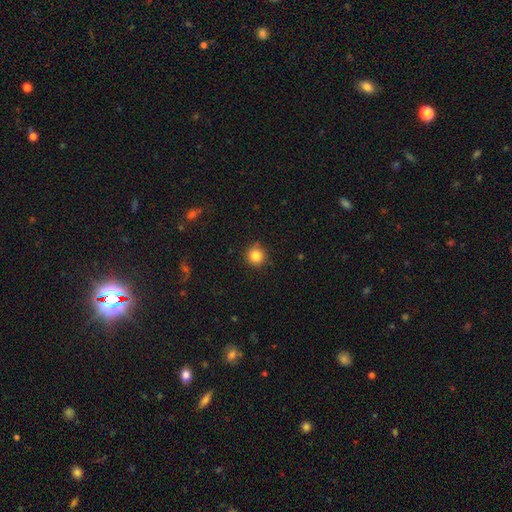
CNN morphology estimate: Smooth or featured? Predicted: smooth (p=0.84). How rounded? Predicted: round (p=0.94). Merging? Predicted: none (p=0.88).